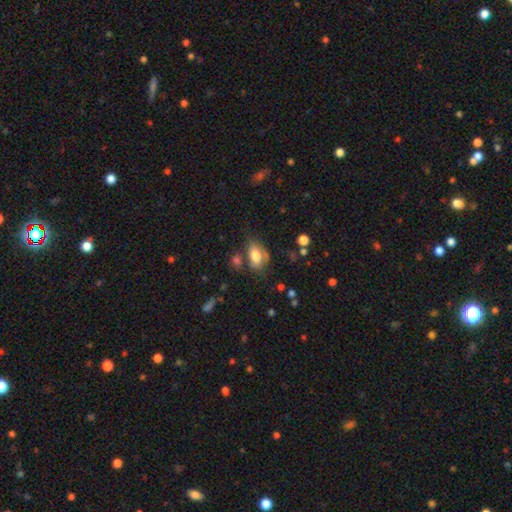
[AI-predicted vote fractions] Overall: smooth (70%). How rounded: in between (90%). Merging: none (46%; minor disturbance 25%).